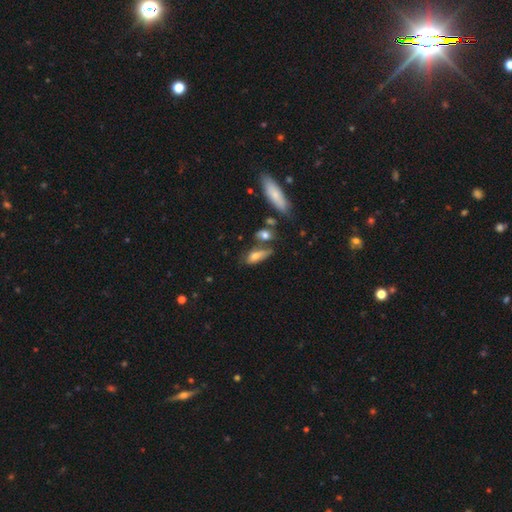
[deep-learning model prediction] A smooth galaxy with no disk features (70%) that is in between round and cigar-shaped (68%).

Vote fractions:
- Smooth or featured? smooth: 70% / featured or disk: 21% / star or artifact: 9%
- How rounded? in between: 68% / cigar-shaped: 28% / round: 5%
- Merging? none: 46% / minor disturbance: 23% / merger: 21% / major disturbance: 10%